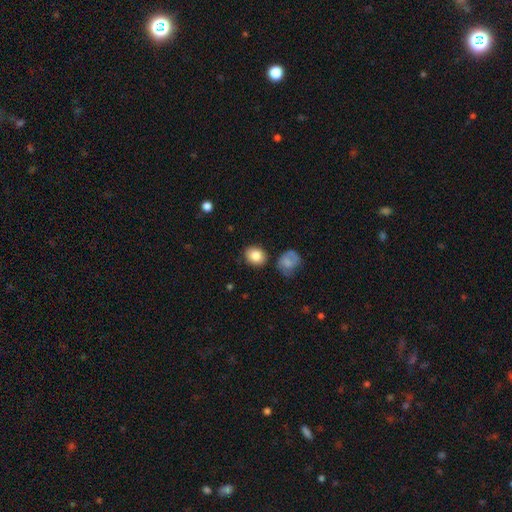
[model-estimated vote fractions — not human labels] A smooth galaxy with no disk features (84%) that is round (57%).

Vote fractions:
- Smooth or featured? smooth: 84% / star or artifact: 8% / featured or disk: 8%
- How rounded? round: 57% / in between: 42% / cigar-shaped: 1%
- Merging? none: 80% / minor disturbance: 12% / merger: 5% / major disturbance: 3%